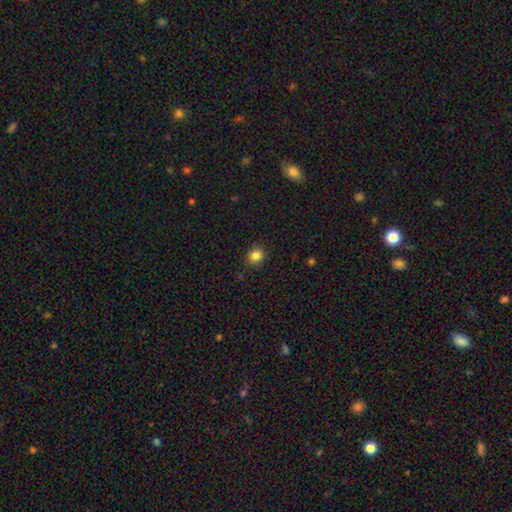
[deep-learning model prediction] Overall: smooth (84%). How rounded: round (80%). Merging: none (89%).